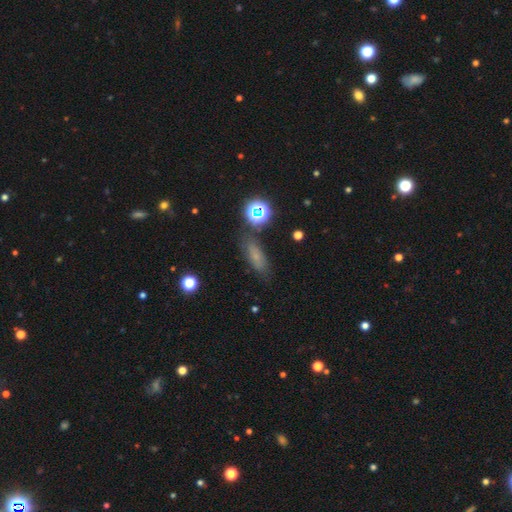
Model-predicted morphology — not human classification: Overall: smooth (59%; star or artifact 22%). How rounded: in between (59%; cigar-shaped 32%). Merging: none (74%).